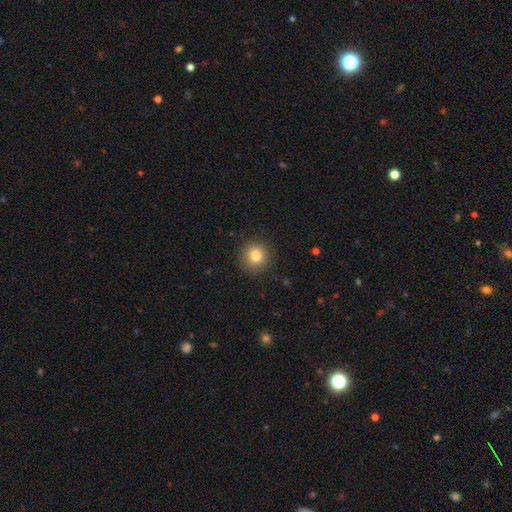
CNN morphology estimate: Smooth or featured? smooth (82%)
How rounded? round (91%)
Merging? none (89%)